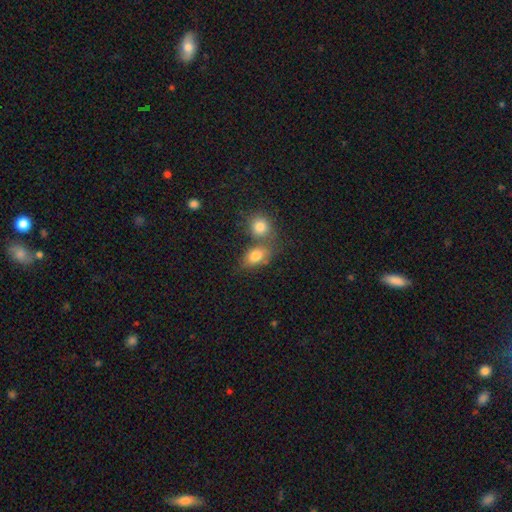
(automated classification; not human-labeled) This appears to be a smooth galaxy with no disk features (80%) that is in between round and cigar-shaped (74%). Merging: none (43%).